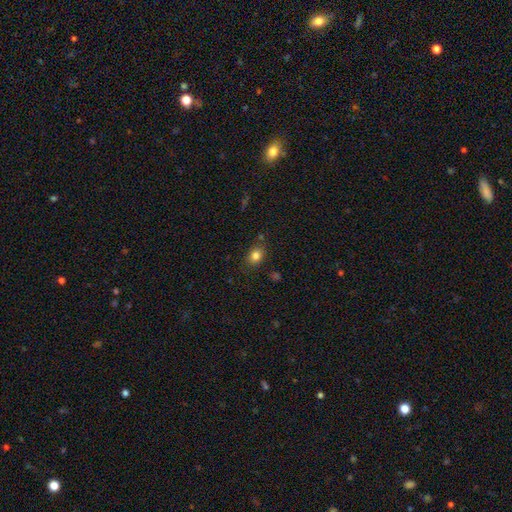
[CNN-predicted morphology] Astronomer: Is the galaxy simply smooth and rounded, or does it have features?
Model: smooth — 82%.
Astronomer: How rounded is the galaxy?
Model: in between — 59% (runner-up: round, 40%).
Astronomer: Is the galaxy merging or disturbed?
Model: none — 79%.